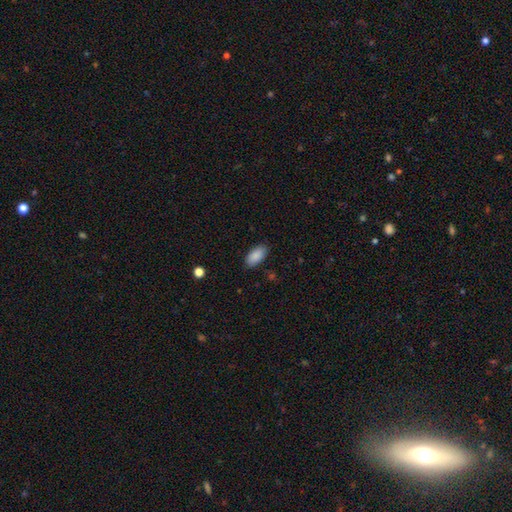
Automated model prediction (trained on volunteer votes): Smooth or featured: smooth — 89% (star or artifact — 7%)
How rounded: in between — 93% (cigar-shaped — 5%)
Merging: none — 87% (minor disturbance — 10%)